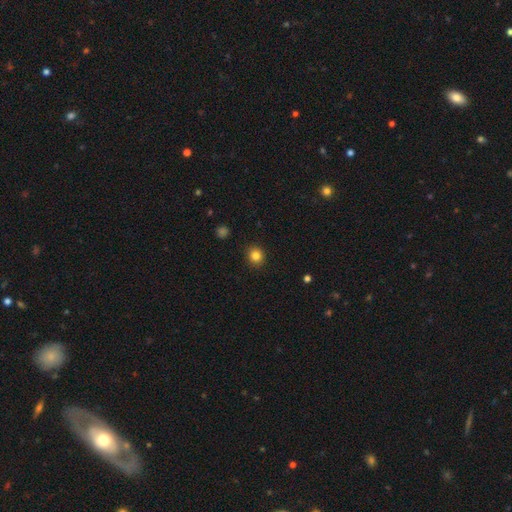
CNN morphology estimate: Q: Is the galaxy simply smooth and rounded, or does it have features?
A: smooth — 83%.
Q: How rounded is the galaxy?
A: round — 85%.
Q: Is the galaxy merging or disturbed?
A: none — 90%.